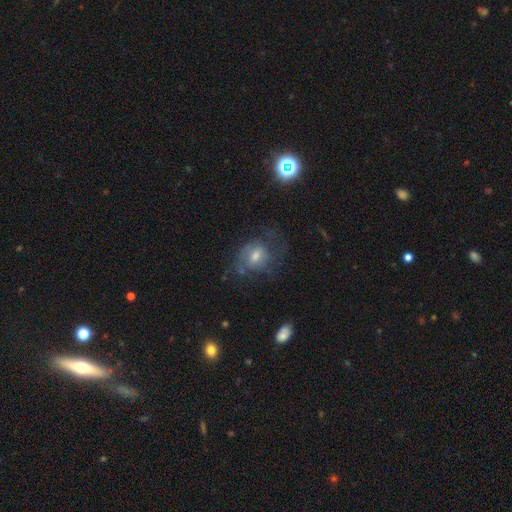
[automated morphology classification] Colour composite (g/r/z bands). It shows a featured or disk galaxy (56%) with no bar (50%), spiral arms (75%) and a moderate central bulge (54%). Merging: none (52%).